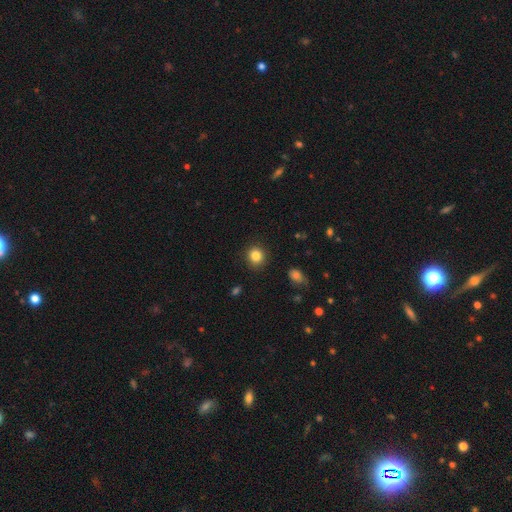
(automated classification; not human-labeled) Smooth or featured? smooth (84%)
How rounded? round (85%)
Merging? none (90%)